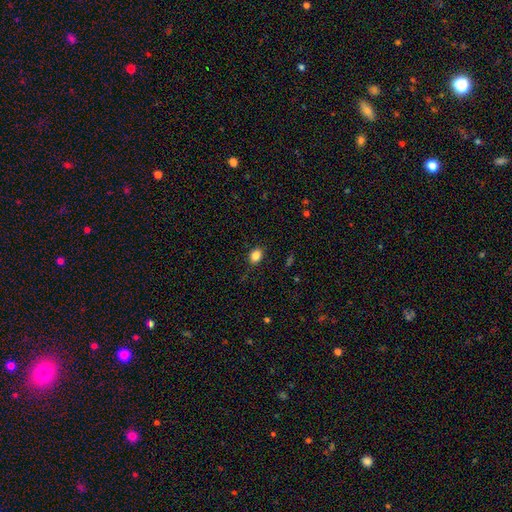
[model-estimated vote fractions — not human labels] This appears to be a smooth galaxy with no disk features (85%) that is in between round and cigar-shaped (61%). Merging: none (83%).